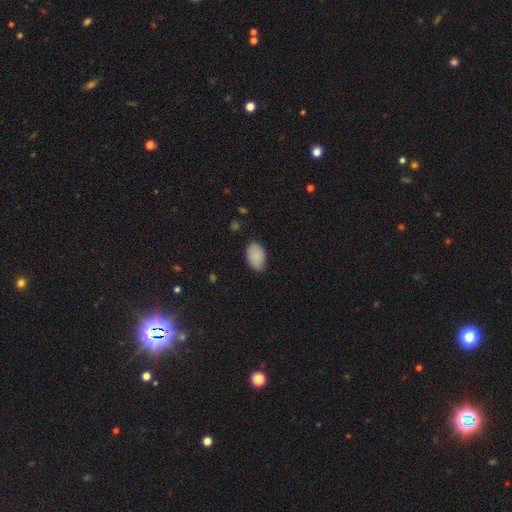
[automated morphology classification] This is clearly a smooth galaxy (88%). How rounded: clearly in between (92%). Merging: clearly none (80%).